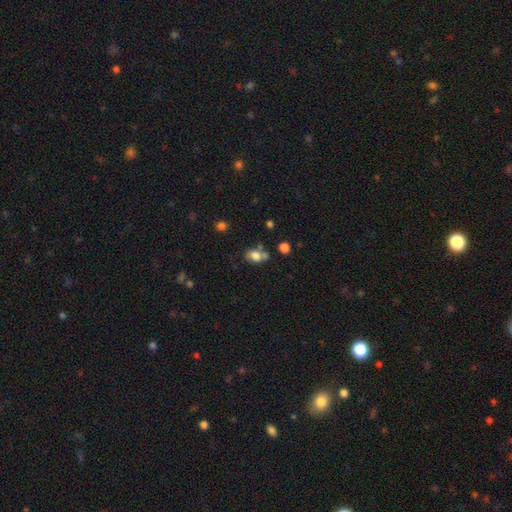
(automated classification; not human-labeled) Overall: smooth (76%). How rounded: in between (73%). Merging: none (50%; merger 23%).